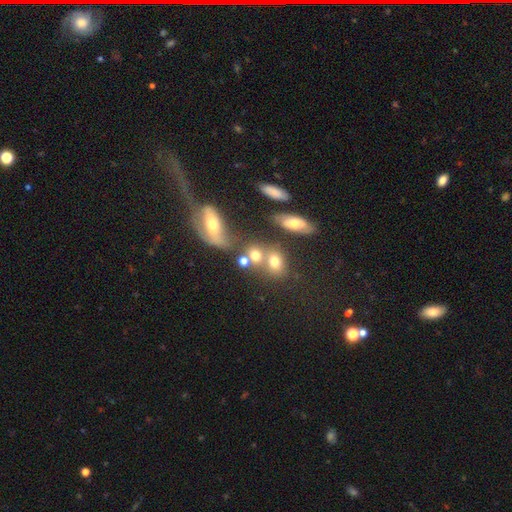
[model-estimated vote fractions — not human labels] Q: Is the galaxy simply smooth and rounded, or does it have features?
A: smooth — 68%.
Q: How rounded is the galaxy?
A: round — 48%, tied with in between.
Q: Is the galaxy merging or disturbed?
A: merger — 44%.